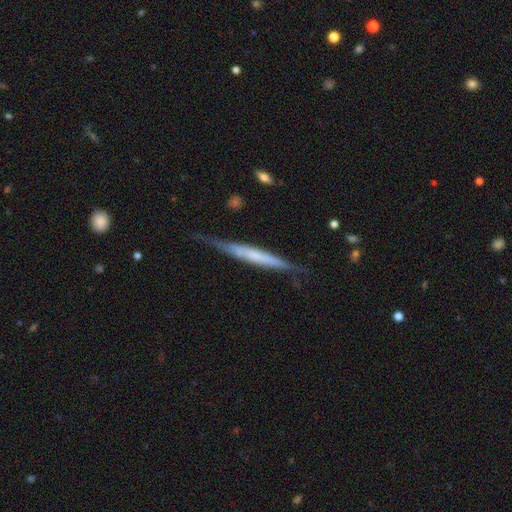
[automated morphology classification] Smooth or featured: featured or disk — 57% (smooth — 37%)
Edge-on disk: yes — 92% (no — 8%)
Edge-on bulge: none — 63% (rounded — 22%)
Merging: none — 68% (minor disturbance — 24%)